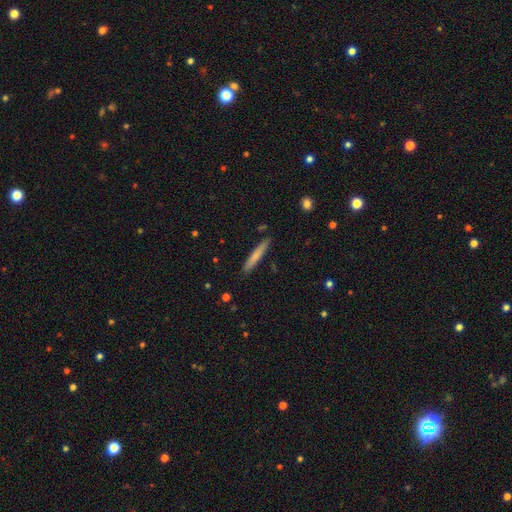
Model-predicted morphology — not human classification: Smooth or featured?
  - smooth: 66% *
  - featured or disk: 28%
  - star or artifact: 6%
How rounded?
  - cigar-shaped: 95% *
  - in between: 4%
  - round: 1%
Merging?
  - none: 88% *
  - minor disturbance: 8%
  - merger: 2%
  - major disturbance: 2%